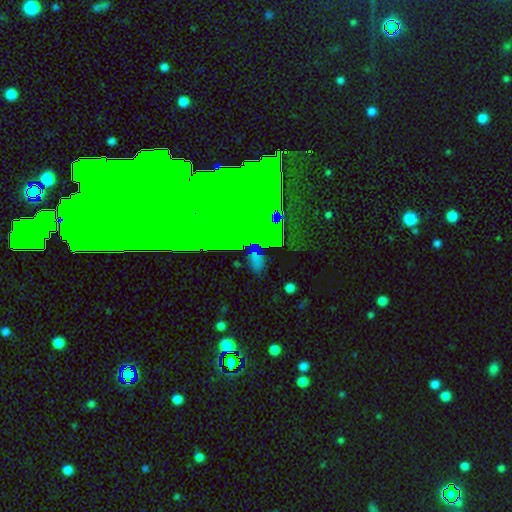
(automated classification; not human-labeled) Overall: star or artifact (60%; featured or disk 20%).